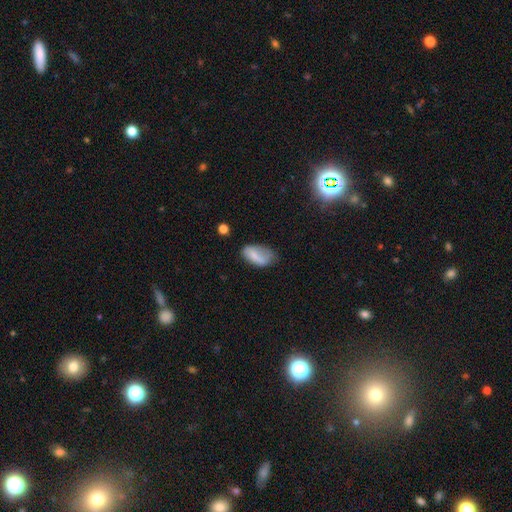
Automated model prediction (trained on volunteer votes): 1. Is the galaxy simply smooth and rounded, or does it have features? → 72% smooth, 20% featured or disk, 8% star or artifact.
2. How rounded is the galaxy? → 92% in between, 4% cigar-shaped, 4% round.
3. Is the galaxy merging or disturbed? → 46% none, 35% minor disturbance, 16% major disturbance, 3% merger.